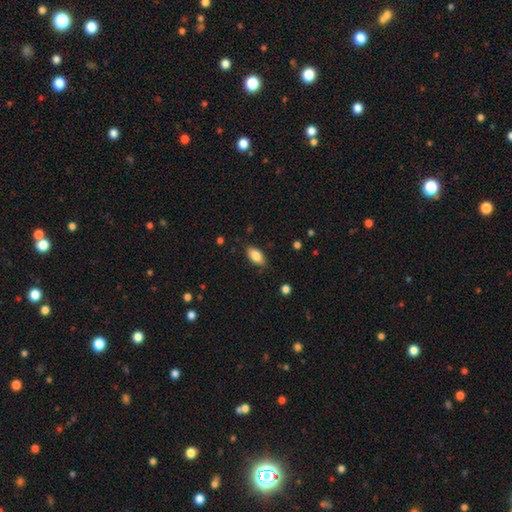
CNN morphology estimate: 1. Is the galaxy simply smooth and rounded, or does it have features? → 82% smooth, 10% featured or disk, 7% star or artifact.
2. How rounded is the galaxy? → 90% in between, 6% cigar-shaped, 3% round.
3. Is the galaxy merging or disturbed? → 83% none, 13% minor disturbance, 3% major disturbance, 1% merger.